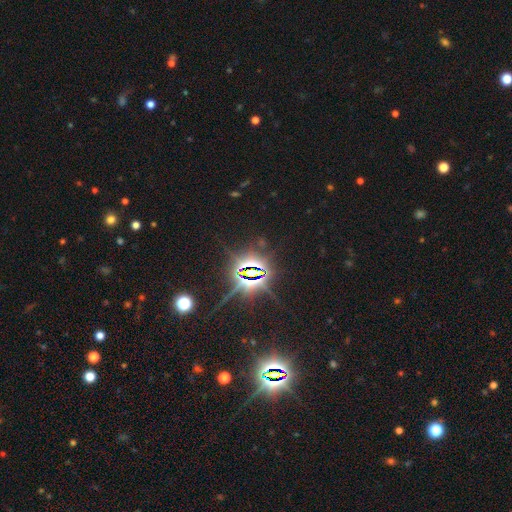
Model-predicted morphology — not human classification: Q: Smooth or featured?
A: star or artifact (85%); runner-up: smooth (9%)